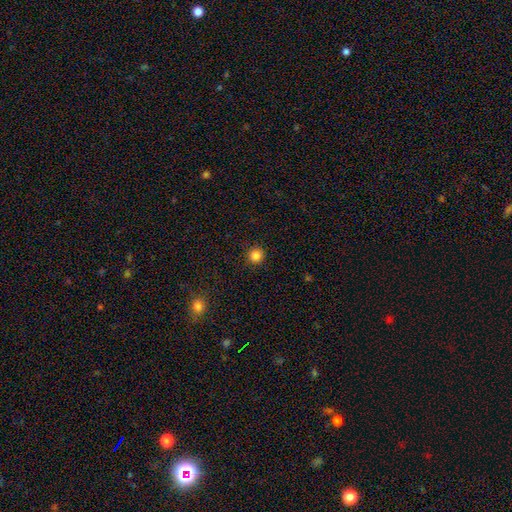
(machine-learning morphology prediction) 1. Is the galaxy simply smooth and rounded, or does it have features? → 84% smooth, 12% star or artifact, 4% featured or disk.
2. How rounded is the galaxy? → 96% round, 4% in between, 1% cigar-shaped.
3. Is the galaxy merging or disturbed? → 93% none, 5% minor disturbance, 2% major disturbance, 1% merger.